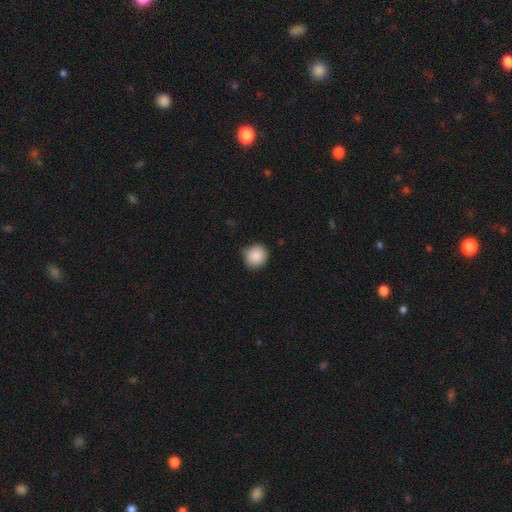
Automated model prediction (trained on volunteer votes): Q: Smooth or featured?
A: smooth (89%); runner-up: star or artifact (8%)
Q: How rounded?
A: round (90%); runner-up: in between (9%)
Q: Merging?
A: none (81%); runner-up: minor disturbance (16%)